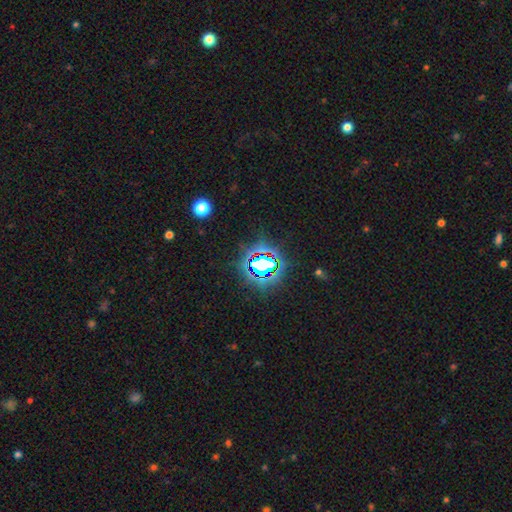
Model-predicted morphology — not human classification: type=star or artifact (79%).